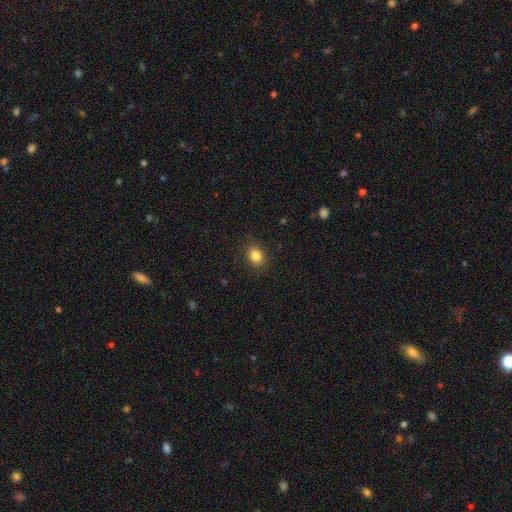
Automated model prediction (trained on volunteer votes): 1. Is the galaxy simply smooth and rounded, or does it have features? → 84% smooth, 11% star or artifact, 5% featured or disk.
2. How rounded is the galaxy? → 50% in between, 49% round, 1% cigar-shaped.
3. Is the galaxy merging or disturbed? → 87% none, 9% minor disturbance, 3% major disturbance, 1% merger.